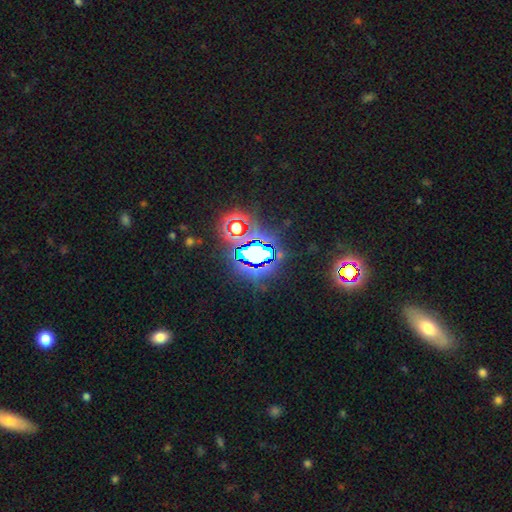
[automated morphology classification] Smooth or featured: star or artifact — 74% (smooth — 15%)